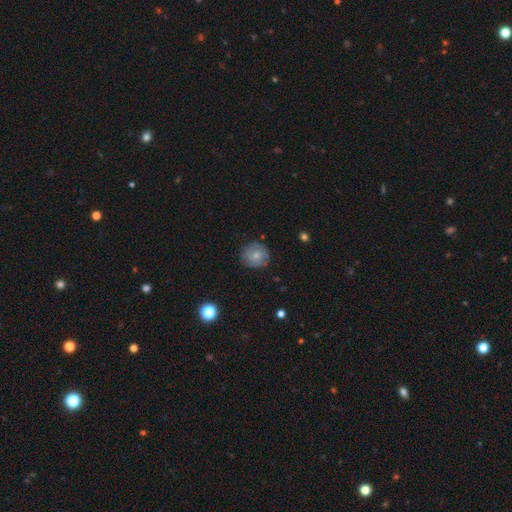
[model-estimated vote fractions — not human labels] Overall: smooth (68%). How rounded: round (88%). Merging: none (79%).